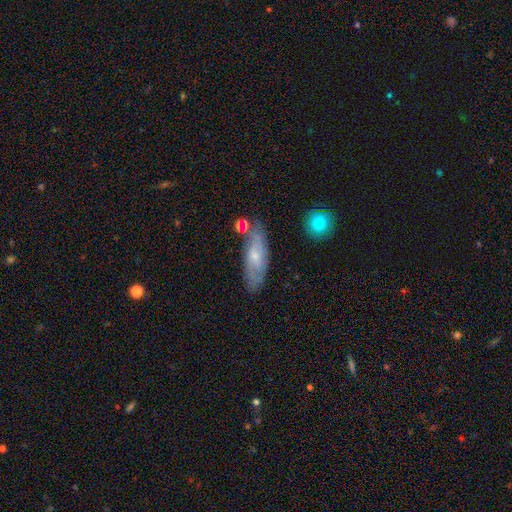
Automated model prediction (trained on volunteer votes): Overall: featured or disk (49%; smooth 44%). Merging: none (66%).